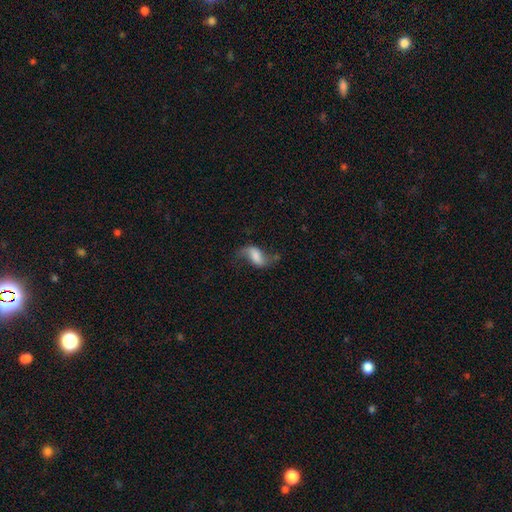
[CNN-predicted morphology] smooth-or-featured: featured or disk: 56% | smooth: 35% | star or artifact: 9%
  disk-edge-on: no: 94% | yes: 6%
    bar: weak: 39% | no: 32% | strong: 29%
    has-spiral-arms: yes: 88% | no: 12%
    bulge-size: none: 27% | moderate: 23% | large: 22% | small: 21% | dominant: 7%
  merging: none: 52% | minor disturbance: 23% | major disturbance: 21% | merger: 4%